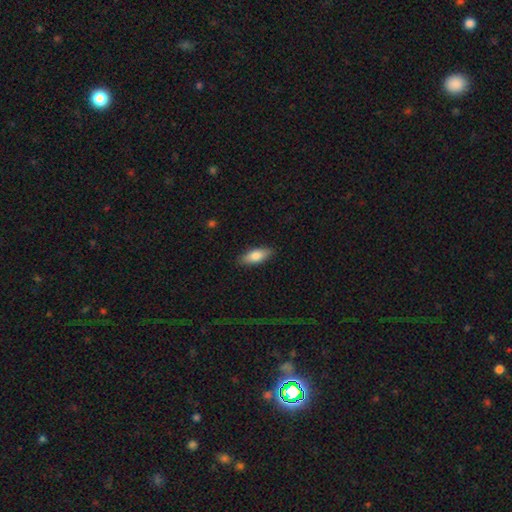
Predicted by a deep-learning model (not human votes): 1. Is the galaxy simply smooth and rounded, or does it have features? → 80% smooth, 14% featured or disk, 6% star or artifact.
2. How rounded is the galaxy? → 78% in between, 20% cigar-shaped, 2% round.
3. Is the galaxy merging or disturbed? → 88% none, 9% minor disturbance, 2% major disturbance, 1% merger.